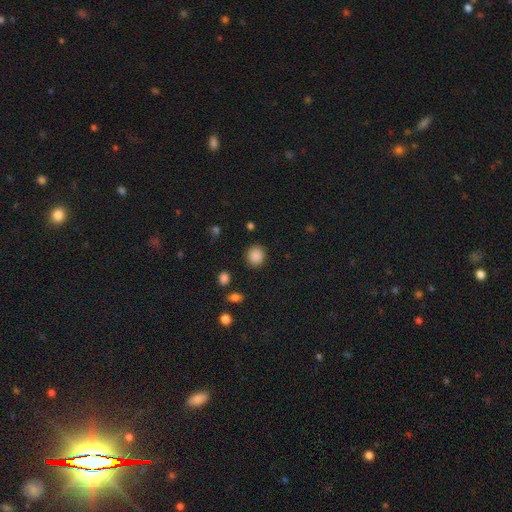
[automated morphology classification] Smooth or featured? smooth (87%)
How rounded? round (86%)
Merging? none (88%)